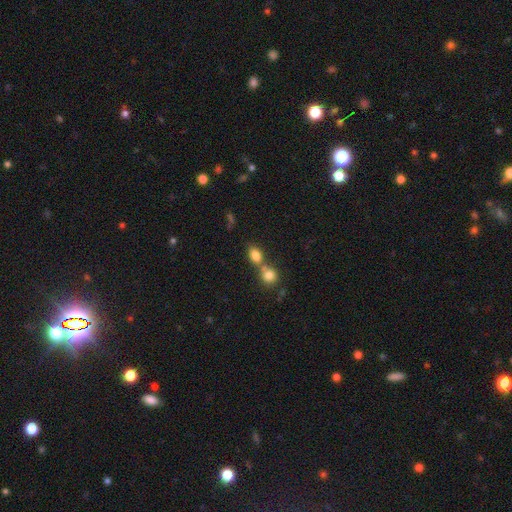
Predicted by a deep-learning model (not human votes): This is clearly a smooth galaxy (81%). How rounded: likely in between (68%). Merging: possibly merger (48%).